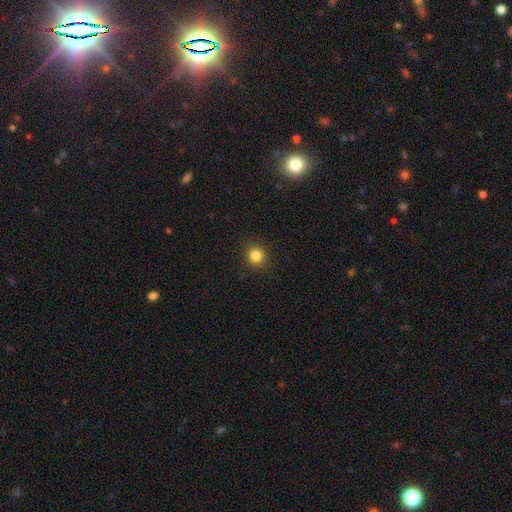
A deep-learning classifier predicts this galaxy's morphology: Smooth or featured? smooth (84%)
How rounded? round (86%)
Merging? none (91%)